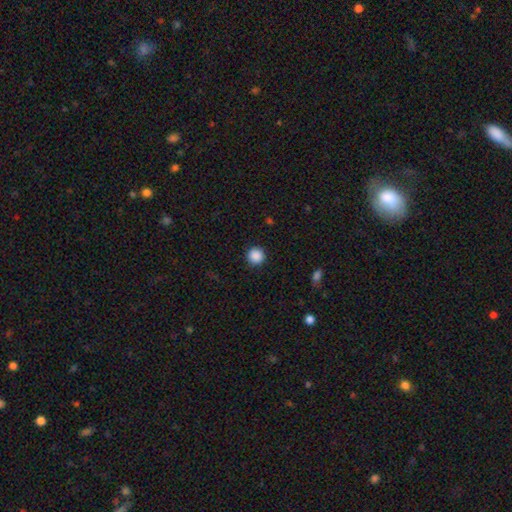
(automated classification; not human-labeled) Smooth or featured? smooth (88%)
How rounded? round (94%)
Merging? none (91%)